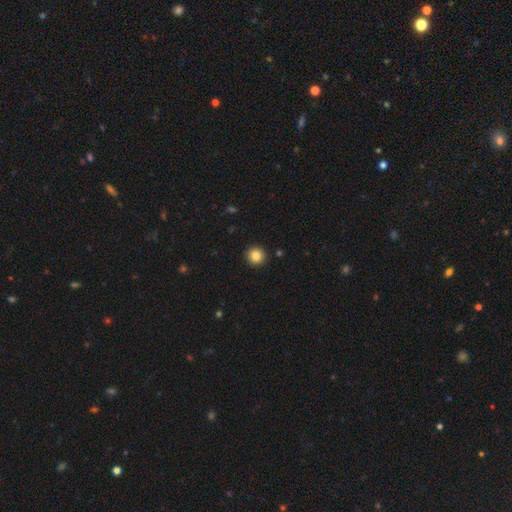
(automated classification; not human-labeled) Smooth or featured? Predicted: smooth (p=0.85). How rounded? Predicted: round (p=0.93). Merging? Predicted: none (p=0.93).